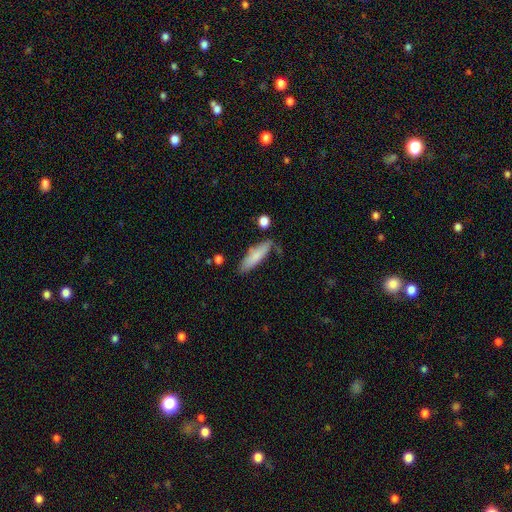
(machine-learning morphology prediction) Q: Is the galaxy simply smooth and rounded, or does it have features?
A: smooth — 78%.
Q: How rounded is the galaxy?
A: cigar-shaped — 61%.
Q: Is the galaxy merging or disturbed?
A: none — 67%.